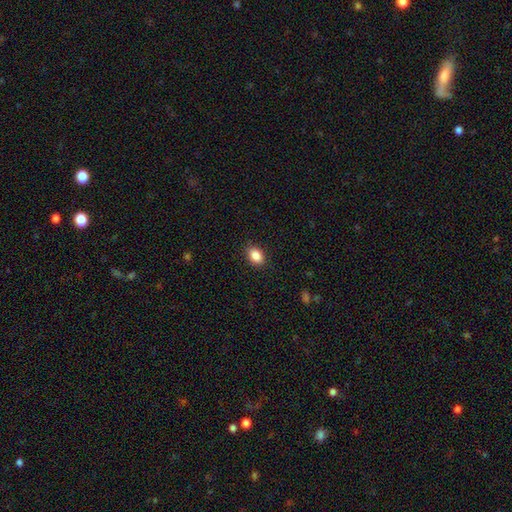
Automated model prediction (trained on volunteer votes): This appears to be a smooth galaxy with no disk features (87%) that is in between round and cigar-shaped (79%). Merging: none (89%).